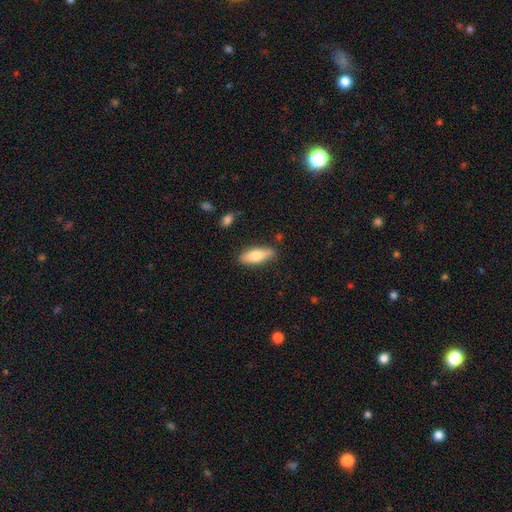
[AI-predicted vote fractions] This appears to be a smooth galaxy with no disk features (72%) that is in between round and cigar-shaped (62%). Merging: none (82%).